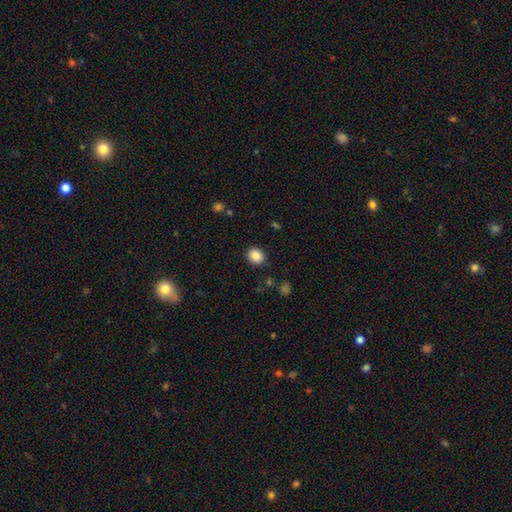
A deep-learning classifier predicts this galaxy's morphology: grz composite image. It shows a smooth galaxy with no disk features (88%) that is round (62%). Merging: none (87%).